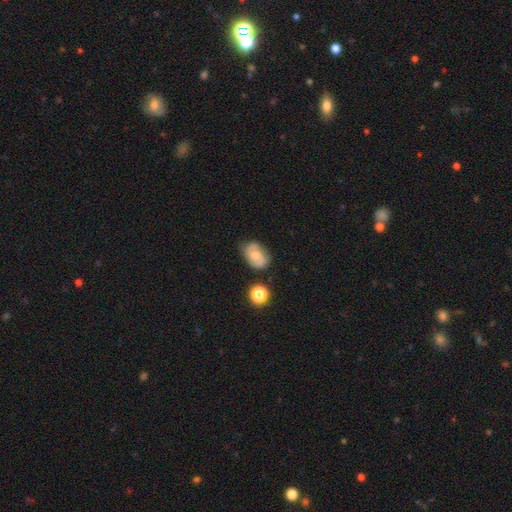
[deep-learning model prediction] smooth_or_featured: featured or disk (p=0.46) [alt: smooth p=0.45]
merging: none (p=0.62) [alt: minor disturbance p=0.25]